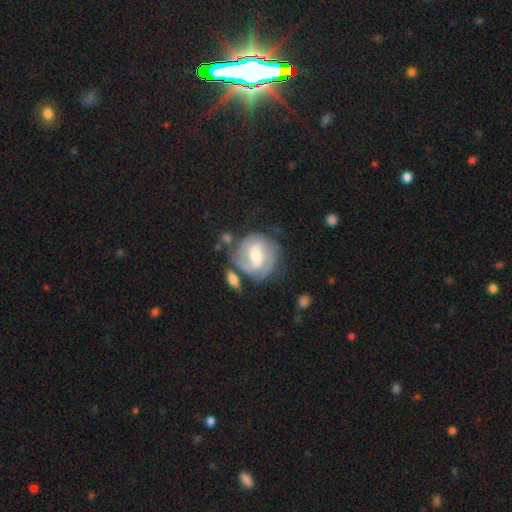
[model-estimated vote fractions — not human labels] Smooth or featured: featured or disk — 81% (smooth — 13%)
Edge-on disk: no — 98% (yes — 2%)
Bar: weak — 51% (no — 26%)
Spiral arms: yes — 95% (no — 5%)
Spiral winding: tight — 54% (medium — 36%)
Spiral arm count: 2 — 58% (3 — 16%)
Bulge size: moderate — 58% (small — 31%)
Merging: none — 63% (minor disturbance — 18%)